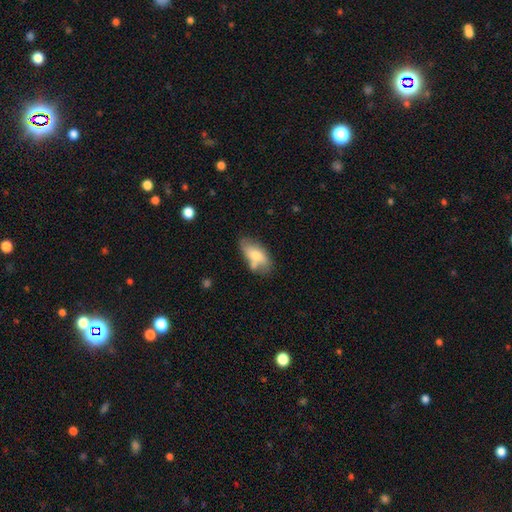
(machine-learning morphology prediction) A smooth galaxy with no disk features (60%) that is in between round and cigar-shaped (90%). Merging: none (46%).